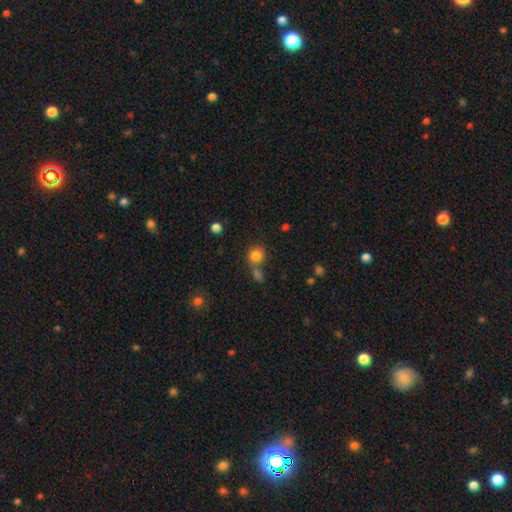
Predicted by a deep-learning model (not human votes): A smooth galaxy with no disk features (82%) that is round (85%).

Vote fractions:
- Smooth or featured? smooth: 82% / star or artifact: 12% / featured or disk: 6%
- How rounded? round: 85% / in between: 14% / cigar-shaped: 1%
- Merging? none: 60% / merger: 26% / minor disturbance: 10% / major disturbance: 4%